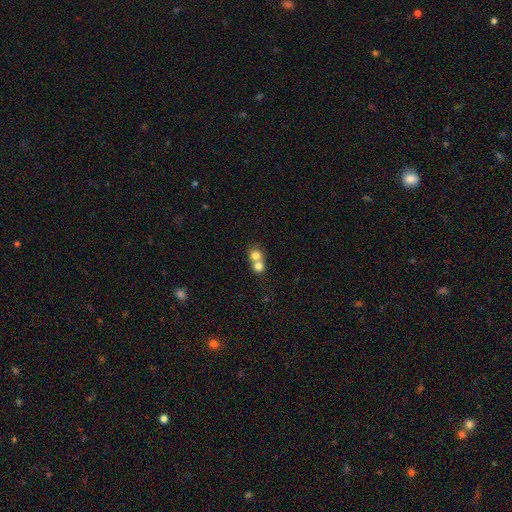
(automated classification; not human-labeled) This is likely a smooth galaxy (75%). How rounded: likely round (79%). Merging: likely merger (68%).